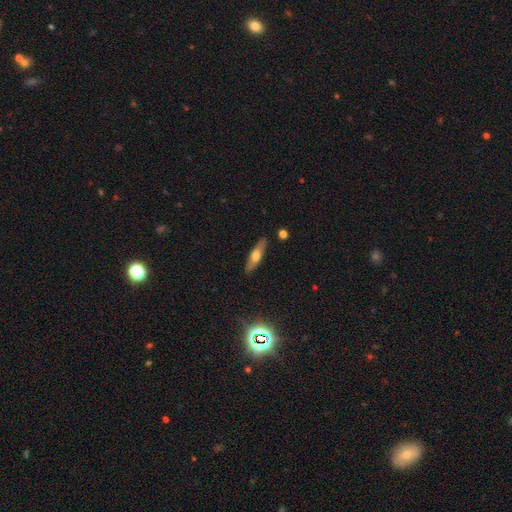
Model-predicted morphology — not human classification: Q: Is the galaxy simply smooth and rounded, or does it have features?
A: smooth — 48%.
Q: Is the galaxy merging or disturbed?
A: none — 87%.